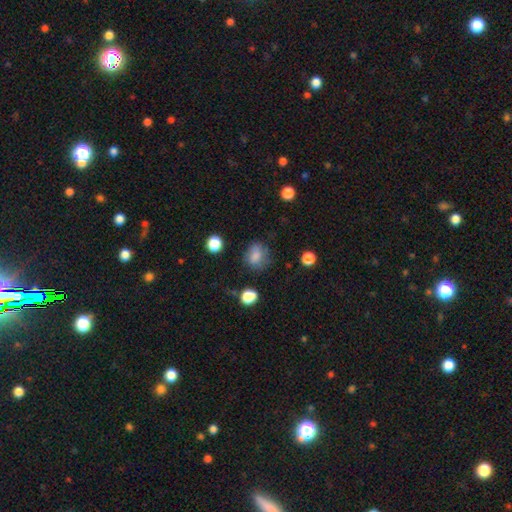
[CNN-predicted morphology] Smooth or featured: smooth — 80% (star or artifact — 11%)
How rounded: round — 63% (in between — 36%)
Merging: none — 65% (minor disturbance — 22%)